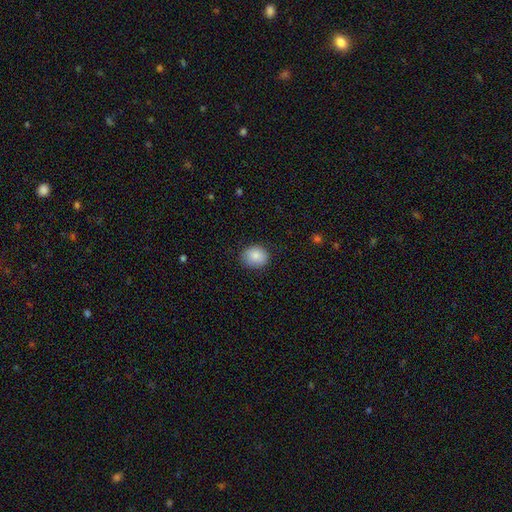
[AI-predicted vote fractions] Smooth or featured? Predicted: smooth (p=0.86). How rounded? Predicted: round (p=0.70). Merging? Predicted: none (p=0.84).